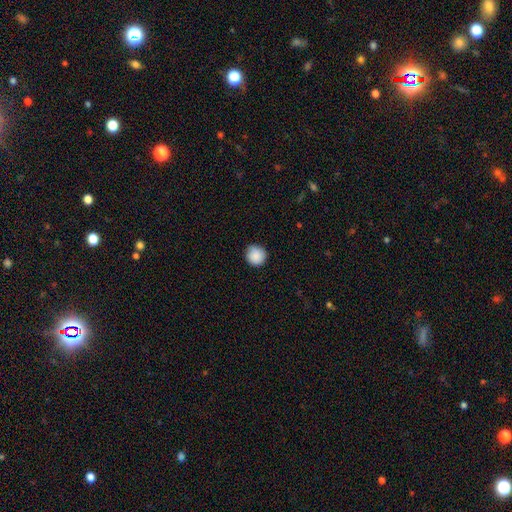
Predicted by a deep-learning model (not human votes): smooth 88%, star or artifact 8%, featured or disk 4%. Down the decision tree: how rounded — round (93%); merging — none (84%).